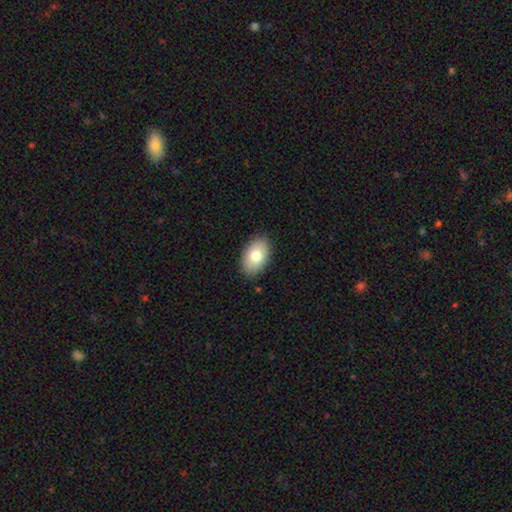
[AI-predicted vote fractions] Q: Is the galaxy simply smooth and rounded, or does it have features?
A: smooth — 78%.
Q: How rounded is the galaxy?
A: in between — 92%.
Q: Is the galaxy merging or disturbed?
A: none — 87%.